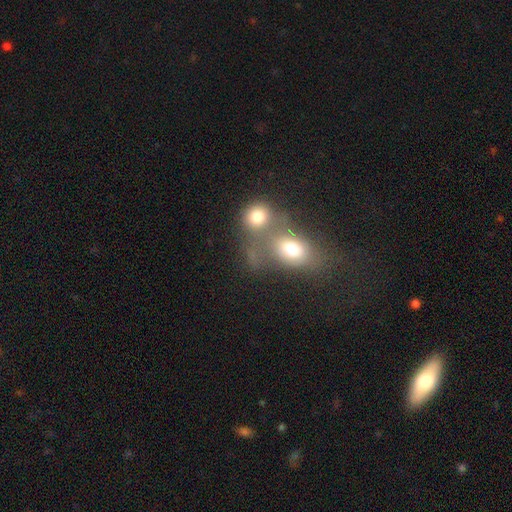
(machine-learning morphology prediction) A smooth galaxy with no disk features (65%) that is in between round and cigar-shaped (52%).

Vote fractions:
- Smooth or featured? smooth: 65% / featured or disk: 19% / star or artifact: 15%
- How rounded? in between: 52% / round: 46% / cigar-shaped: 2%
- Merging? merger: 61% / none: 23% / minor disturbance: 9% / major disturbance: 8%